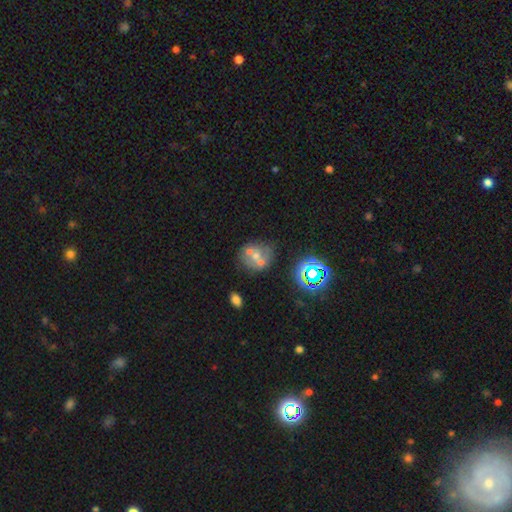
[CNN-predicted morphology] A smooth galaxy with no disk features (39%). Merging: merger (44%).